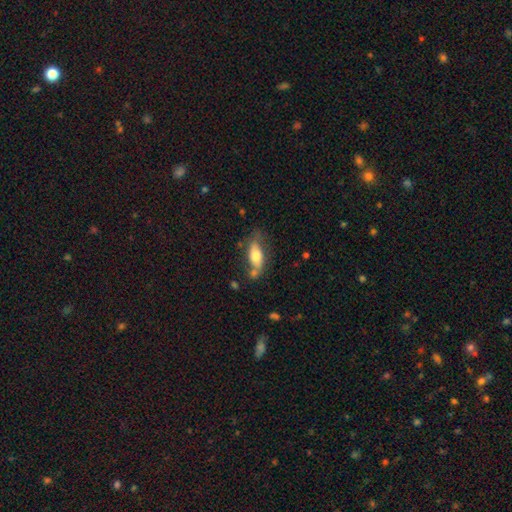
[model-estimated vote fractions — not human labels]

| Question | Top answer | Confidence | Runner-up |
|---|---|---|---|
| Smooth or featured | smooth | 62% | featured or disk (31%) |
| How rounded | in between | 78% | cigar-shaped (18%) |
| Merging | none | 55% | minor disturbance (24%) |